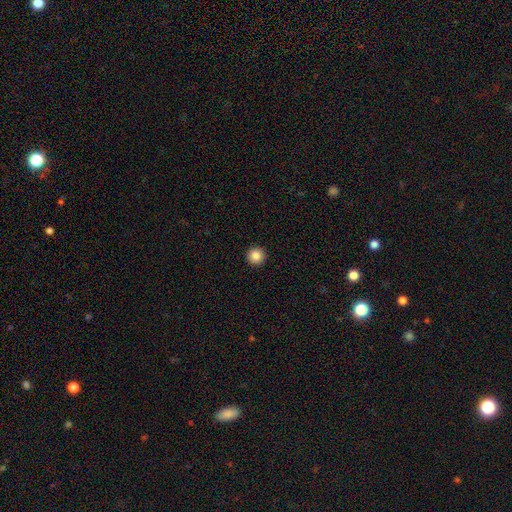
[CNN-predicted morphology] This is clearly a smooth galaxy (86%). How rounded: clearly round (96%). Merging: clearly none (94%).